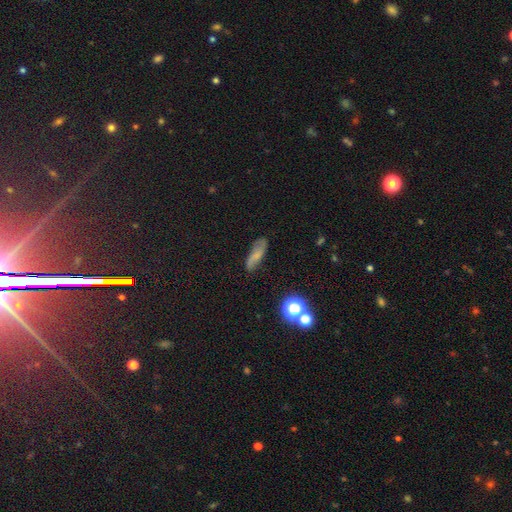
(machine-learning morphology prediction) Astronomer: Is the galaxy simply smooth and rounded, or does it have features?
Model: smooth — 57%.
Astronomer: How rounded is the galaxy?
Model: in between — 48% (runner-up: cigar-shaped, 46%).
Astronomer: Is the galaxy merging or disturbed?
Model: none — 73%.